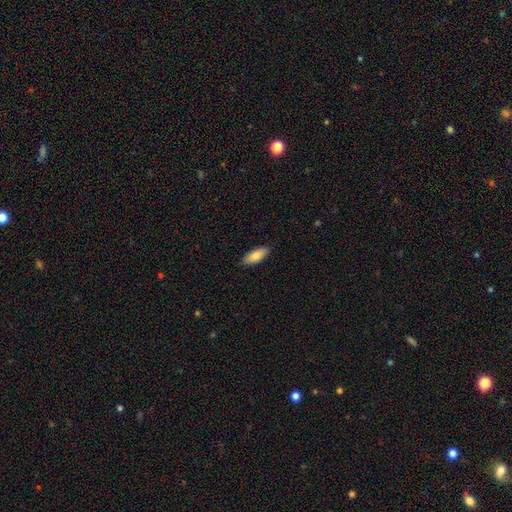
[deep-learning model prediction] Smooth or featured? Predicted: smooth (p=0.82). How rounded? Predicted: in between (p=0.81). Merging? Predicted: none (p=0.89).